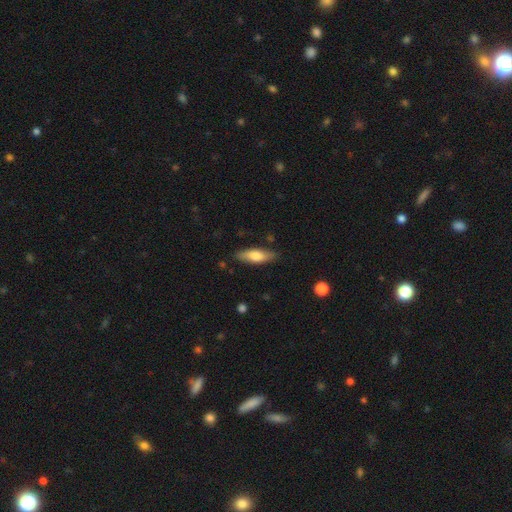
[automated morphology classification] smooth_or_featured: smooth (p=0.68) [alt: featured or disk p=0.27]
how_rounded: in between (p=0.53) [alt: cigar-shaped p=0.45]
merging: none (p=0.84) [alt: minor disturbance p=0.13]